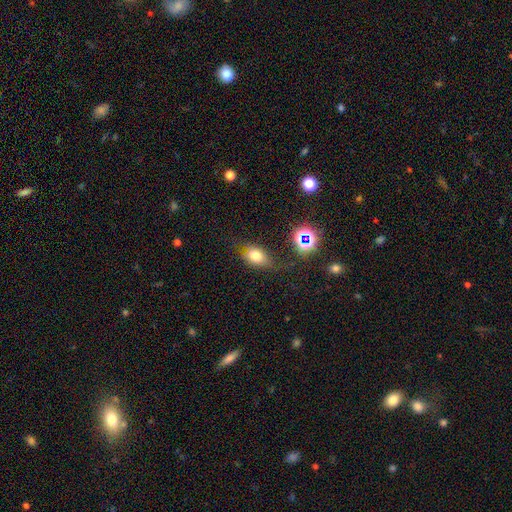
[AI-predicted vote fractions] Smooth or featured?
  - smooth: 69% *
  - star or artifact: 17%
  - featured or disk: 14%
How rounded?
  - in between: 72% *
  - round: 25%
  - cigar-shaped: 3%
Merging?
  - none: 63% *
  - minor disturbance: 24%
  - major disturbance: 9%
  - merger: 4%